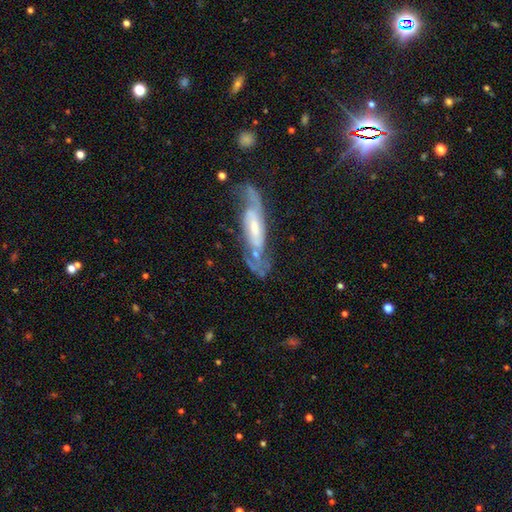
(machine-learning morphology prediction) A featured or disk galaxy (83%) with a weak bar (43%), 2 (71%) medium (46%) spiral arms (93%) and a small central bulge (41%, tied with moderate).

Vote fractions:
- Smooth or featured? featured or disk: 83% / smooth: 11% / star or artifact: 6%
- Edge-on disk? no: 80% / yes: 20%
- Bar? weak: 43% / no: 35% / strong: 22%
- Spiral arms? yes: 93% / no: 7%
- Spiral winding? medium: 46% / tight: 35% / loose: 19%
- Spiral arm count? 2: 71% / can't tell: 18% / 3: 4% / 1: 3% / 4: 2% / more than 4: 2%
- Bulge size? small: 41% (tied) / moderate: 41% (tied) / large: 10% / none: 6% / dominant: 2%
- Merging? none: 63% / minor disturbance: 20% / major disturbance: 13% / merger: 4%